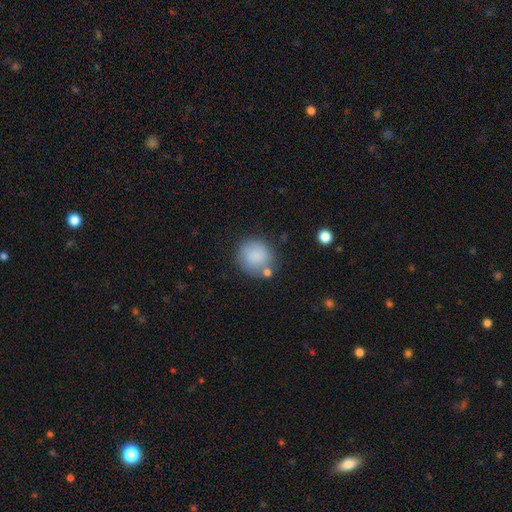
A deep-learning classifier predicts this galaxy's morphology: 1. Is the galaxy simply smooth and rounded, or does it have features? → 82% smooth, 10% featured or disk, 8% star or artifact.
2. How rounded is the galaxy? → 86% round, 13% in between, 1% cigar-shaped.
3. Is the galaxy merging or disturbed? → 66% none, 18% minor disturbance, 9% merger, 7% major disturbance.